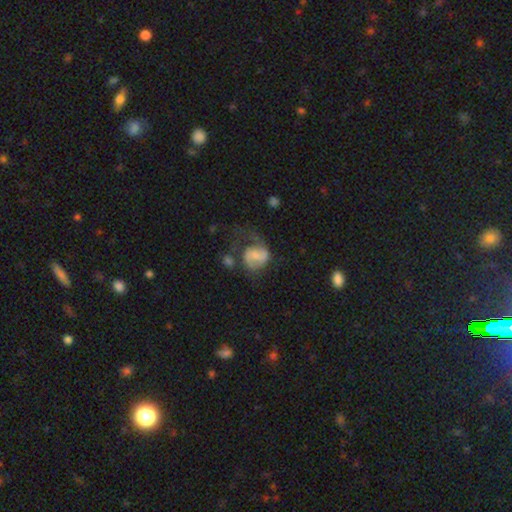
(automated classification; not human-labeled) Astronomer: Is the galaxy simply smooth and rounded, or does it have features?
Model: featured or disk — 60%.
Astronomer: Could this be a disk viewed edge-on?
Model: no — 98%.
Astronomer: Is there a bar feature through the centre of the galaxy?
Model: no — 47% (runner-up: weak, 40%).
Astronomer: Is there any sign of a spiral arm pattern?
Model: yes — 83%.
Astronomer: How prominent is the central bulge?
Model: small — 43% (runner-up: moderate, 30%).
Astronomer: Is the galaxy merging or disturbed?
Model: major disturbance — 35% (runner-up: none, 33%).